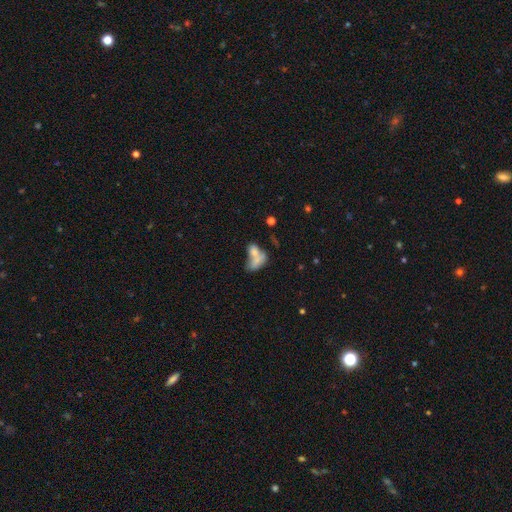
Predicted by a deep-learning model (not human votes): smooth-or-featured: smooth: 68% | featured or disk: 22% | star or artifact: 10%
  how-rounded: in between: 81% | round: 14% | cigar-shaped: 4%
  merging: merger: 61% | none: 18% | major disturbance: 10% | minor disturbance: 10%